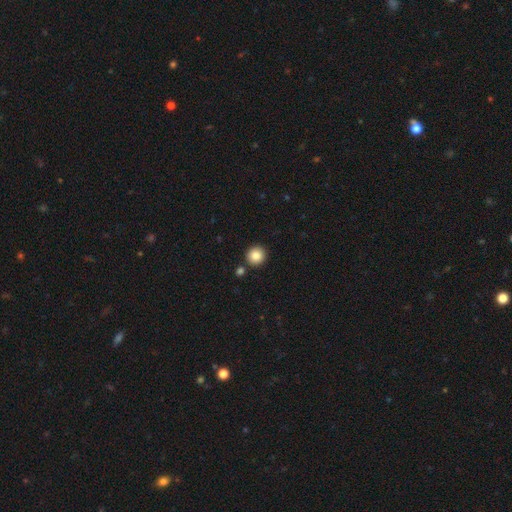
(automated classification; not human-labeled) Q: Smooth or featured?
A: smooth (86%); runner-up: star or artifact (9%)
Q: How rounded?
A: round (94%); runner-up: in between (5%)
Q: Merging?
A: none (87%); runner-up: minor disturbance (6%)